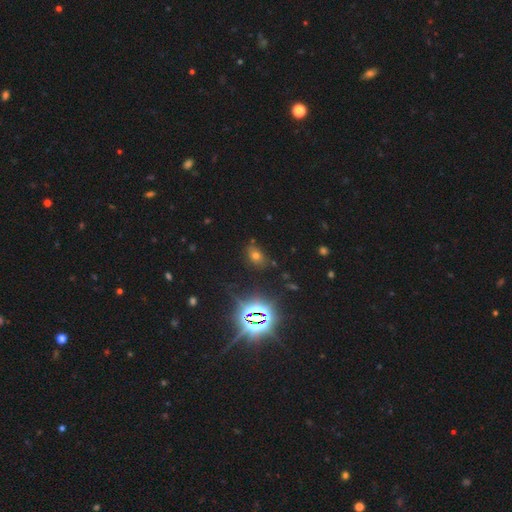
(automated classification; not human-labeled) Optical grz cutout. It shows a smooth galaxy with no disk features (55%) that is in between round and cigar-shaped (74%). Merging: none (77%).